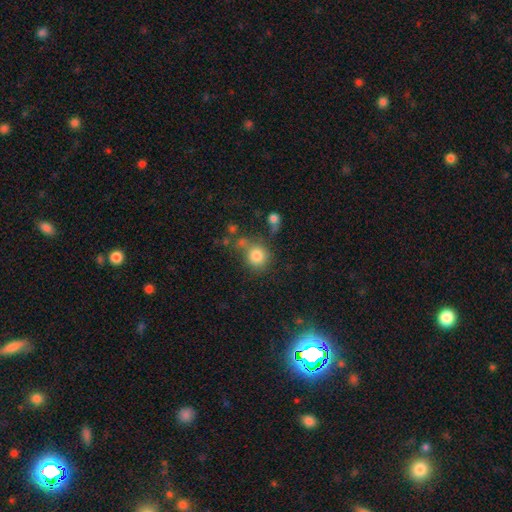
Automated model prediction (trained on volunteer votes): Morphology: type=smooth (81%); roundness=round (88%); merging=none (63%).